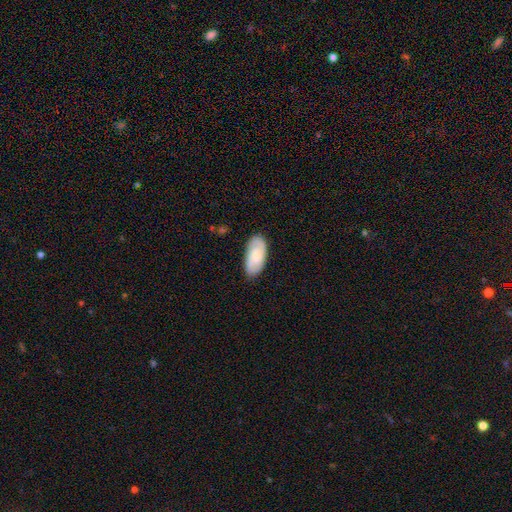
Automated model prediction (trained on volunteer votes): The model was most divided on "smooth or featured": smooth: 57%, featured or disk: 36%, star or artifact: 7%. More confident: how rounded — in between (92%); merging — none (81%).